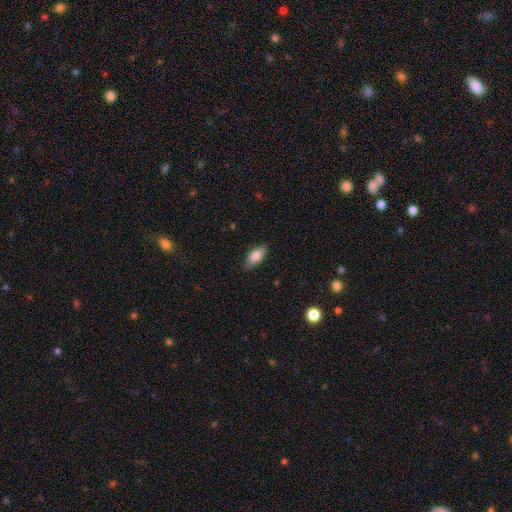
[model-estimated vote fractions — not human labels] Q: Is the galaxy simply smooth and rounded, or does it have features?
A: smooth — 81%.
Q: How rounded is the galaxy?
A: in between — 81%.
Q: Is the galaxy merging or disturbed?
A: none — 84%.